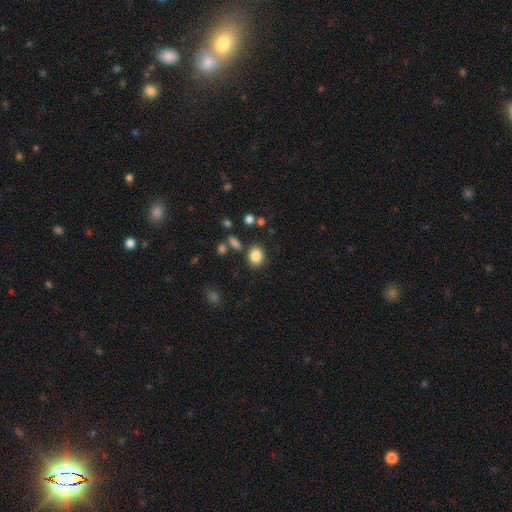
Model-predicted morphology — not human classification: Smooth or featured? smooth (84%)
How rounded? round (68%)
Merging? none (81%)